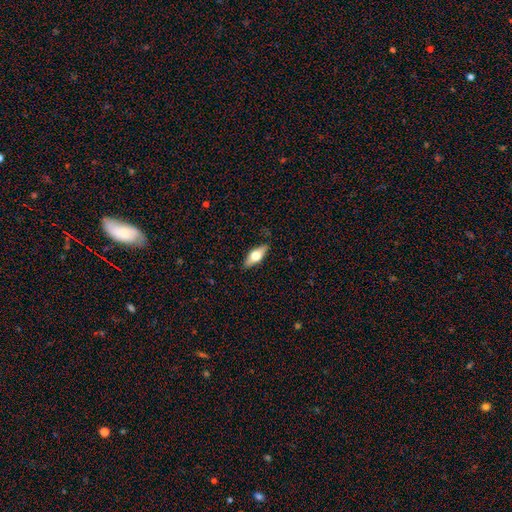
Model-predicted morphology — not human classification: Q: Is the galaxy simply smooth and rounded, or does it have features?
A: smooth — 52%.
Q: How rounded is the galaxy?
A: in between — 68%.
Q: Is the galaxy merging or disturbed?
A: none — 86%.